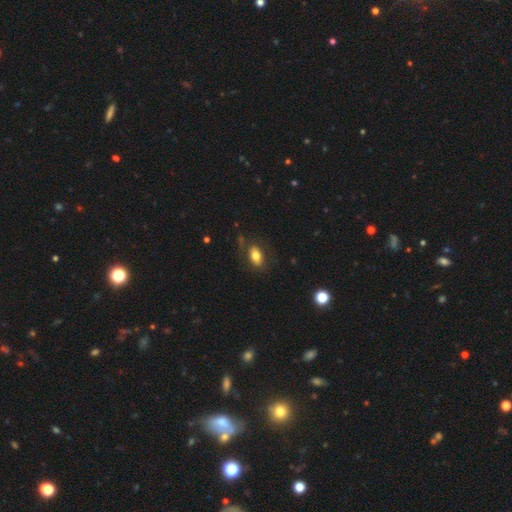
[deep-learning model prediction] Smooth or featured?
  - smooth: 76% *
  - featured or disk: 16%
  - star or artifact: 8%
How rounded?
  - in between: 89% *
  - round: 7%
  - cigar-shaped: 4%
Merging?
  - none: 75% *
  - minor disturbance: 15%
  - major disturbance: 7%
  - merger: 2%